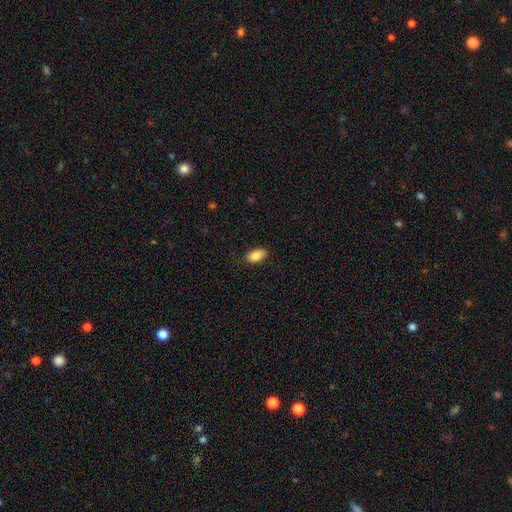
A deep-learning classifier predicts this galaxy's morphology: smooth-or-featured: smooth: 87% | star or artifact: 7% | featured or disk: 5%
  how-rounded: in between: 92% | round: 5% | cigar-shaped: 3%
  merging: none: 81% | minor disturbance: 15% | major disturbance: 3% | merger: 1%